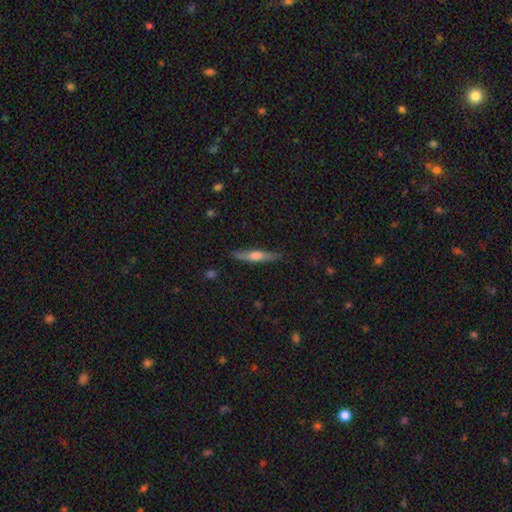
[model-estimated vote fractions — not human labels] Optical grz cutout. It shows a featured or disk galaxy (48%). Merging: none (86%).